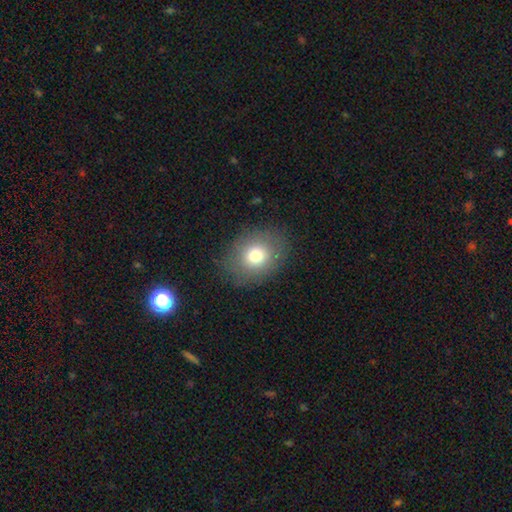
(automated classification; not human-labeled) The model was most divided on "how rounded": in between: 51%, round: 48%, cigar-shaped: 1%. More confident: merging — none (82%); smooth or featured — smooth (76%).